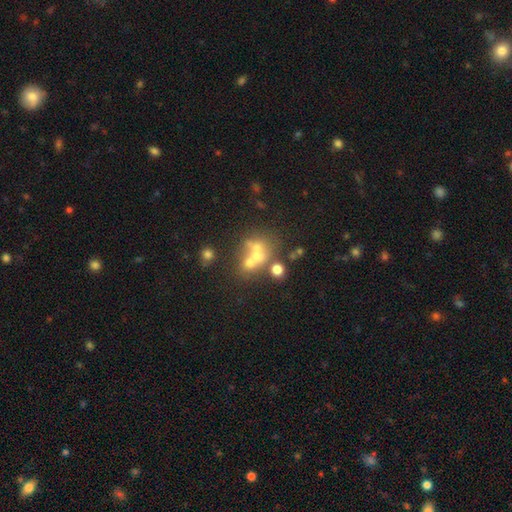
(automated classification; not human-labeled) Smooth or featured? smooth (45%)
Merging? merger (49%)